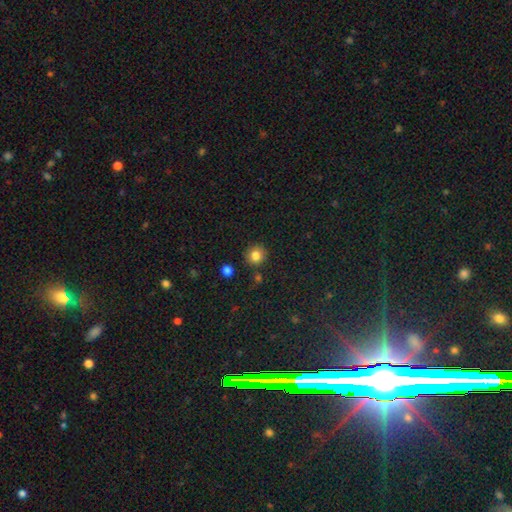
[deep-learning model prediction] Smooth or featured? Predicted: smooth (p=0.82). How rounded? Predicted: round (p=0.90). Merging? Predicted: none (p=0.86).